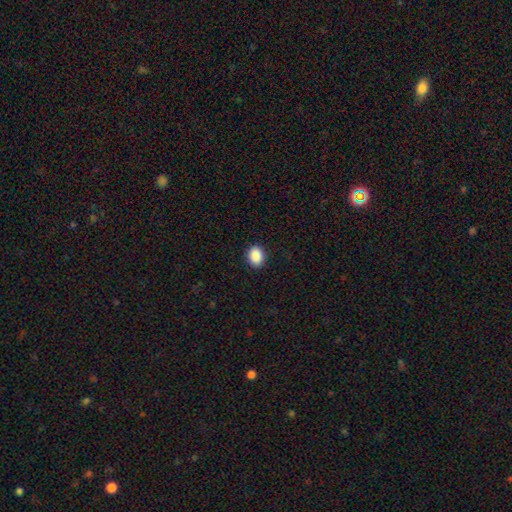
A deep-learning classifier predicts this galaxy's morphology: The model was most divided on "how rounded": in between: 59%, round: 40%, cigar-shaped: 1%. More confident: merging — none (90%); smooth or featured — smooth (90%).